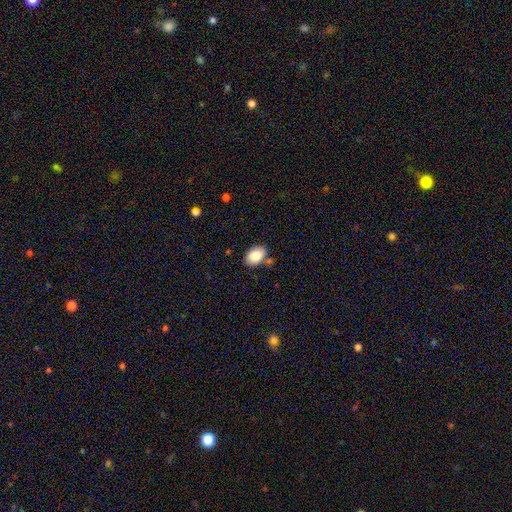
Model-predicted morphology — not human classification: smooth_or_featured: smooth (p=0.87) [alt: star or artifact p=0.07]
how_rounded: in between (p=0.86) [alt: round p=0.13]
merging: none (p=0.76) [alt: minor disturbance p=0.15]